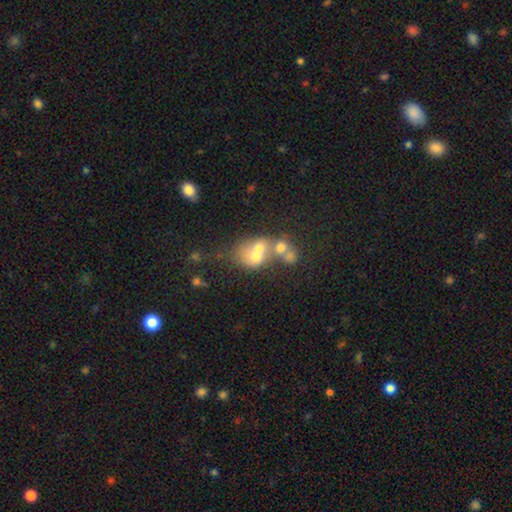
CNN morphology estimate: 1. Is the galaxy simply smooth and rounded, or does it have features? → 52% smooth, 33% featured or disk, 15% star or artifact.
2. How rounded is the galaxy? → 57% round, 42% in between, 1% cigar-shaped.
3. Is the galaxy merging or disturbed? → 64% merger, 22% none, 8% minor disturbance, 6% major disturbance.